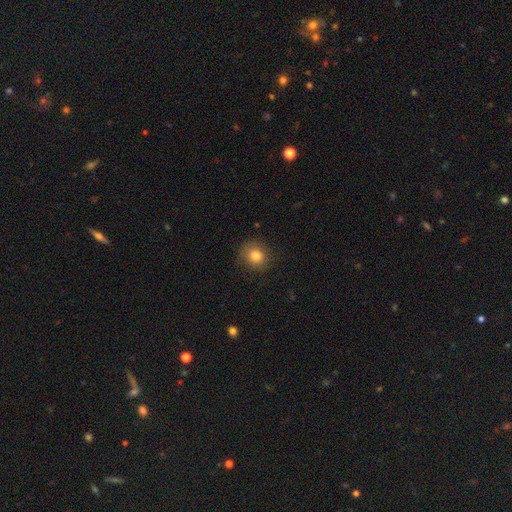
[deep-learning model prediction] Smooth or featured? Predicted: smooth (p=0.82). How rounded? Predicted: round (p=0.85). Merging? Predicted: none (p=0.85).